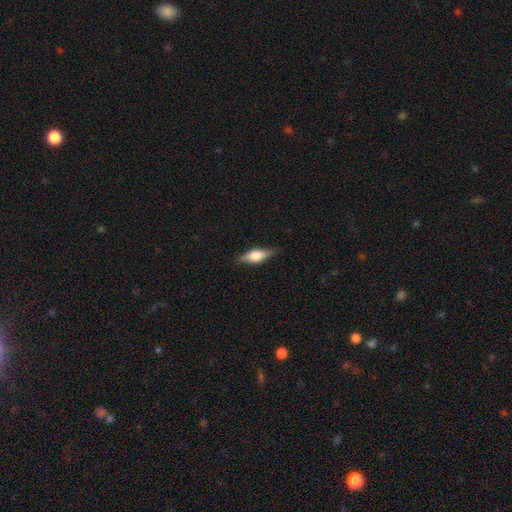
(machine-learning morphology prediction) smooth_or_featured: smooth (p=0.52) [alt: featured or disk p=0.41]
how_rounded: in between (p=0.66) [alt: cigar-shaped p=0.29]
merging: none (p=0.82) [alt: minor disturbance p=0.14]